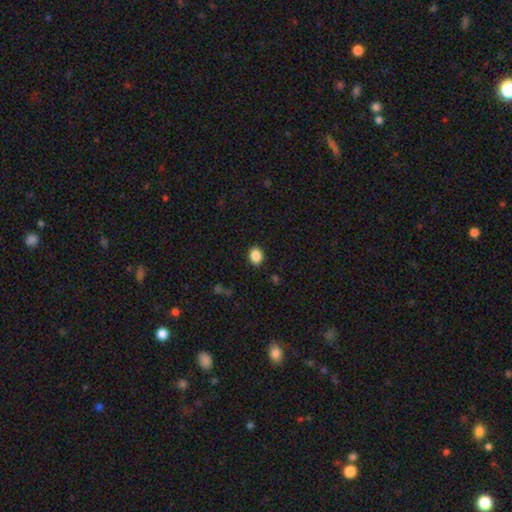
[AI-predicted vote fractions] Smooth or featured? Predicted: smooth (p=0.87). How rounded? Predicted: in between (p=0.55). Merging? Predicted: none (p=0.88).